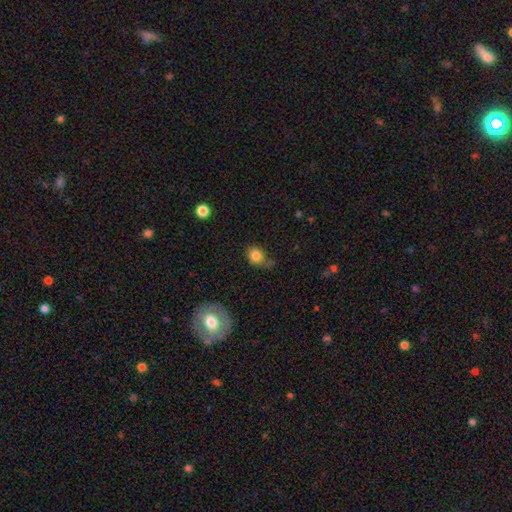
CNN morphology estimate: smooth_or_featured: smooth (p=0.83) [alt: star or artifact p=0.10]
how_rounded: round (p=0.67) [alt: in between p=0.32]
merging: none (p=0.59) [alt: minor disturbance p=0.23]